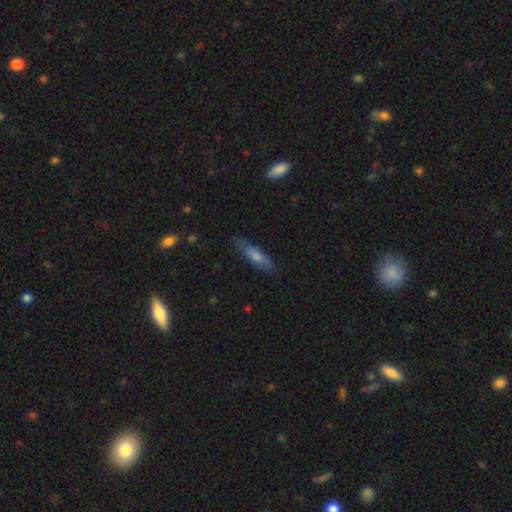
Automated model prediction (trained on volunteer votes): The model was most divided on "smooth or featured": smooth: 63%, featured or disk: 30%, star or artifact: 7%. More confident: merging — none (71%); how rounded — cigar-shaped (66%).